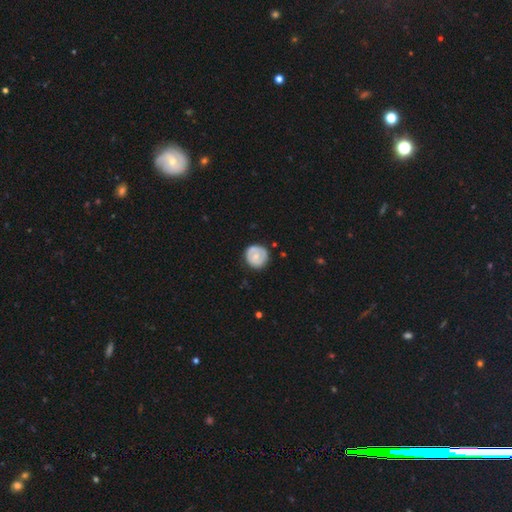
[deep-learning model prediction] Smooth or featured? smooth (62%)
How rounded? round (92%)
Merging? none (80%)